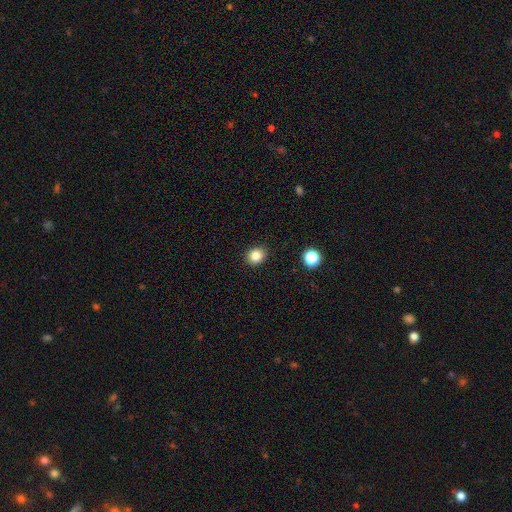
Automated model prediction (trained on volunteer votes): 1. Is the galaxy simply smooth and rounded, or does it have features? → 84% smooth, 11% star or artifact, 5% featured or disk.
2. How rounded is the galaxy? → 72% round, 27% in between, 1% cigar-shaped.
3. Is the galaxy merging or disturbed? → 91% none, 6% minor disturbance, 2% major disturbance, 1% merger.